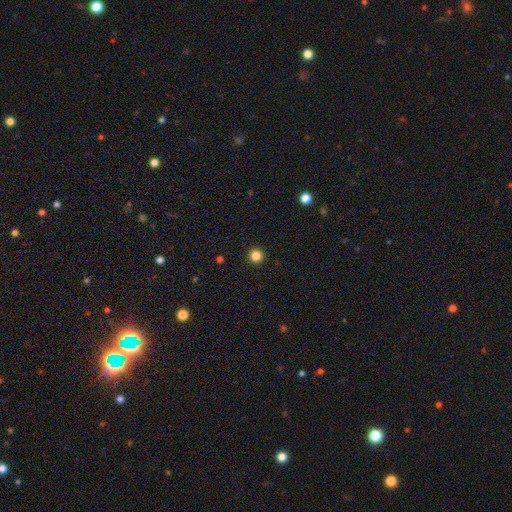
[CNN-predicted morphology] smooth-or-featured: smooth: 85% | star or artifact: 12% | featured or disk: 3%
  how-rounded: round: 96% | in between: 3% | cigar-shaped: 1%
  merging: none: 94% | minor disturbance: 4% | major disturbance: 2% | merger: 1%